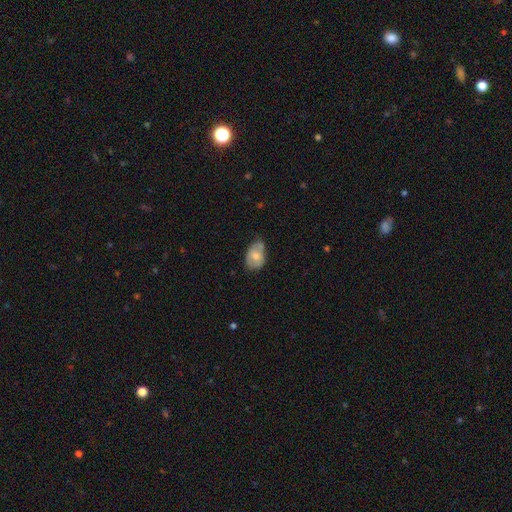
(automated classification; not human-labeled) Morphology: type=smooth (58%); roundness=in between (84%); merging=none (47%).